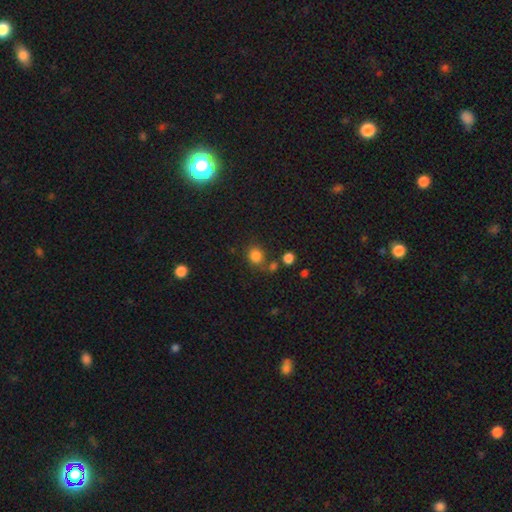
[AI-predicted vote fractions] smooth 81%, star or artifact 13%, featured or disk 5%. Down the decision tree: how rounded — round (69%); merging — none (65%).